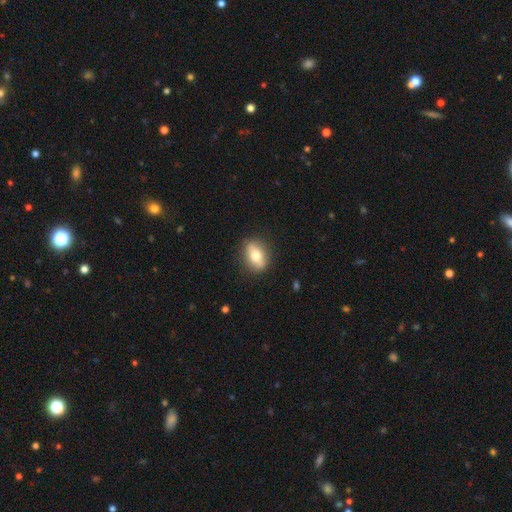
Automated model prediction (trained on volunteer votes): The model was most divided on "smooth or featured": smooth: 64%, featured or disk: 29%, star or artifact: 7%. More confident: merging — none (84%); how rounded — in between (77%).